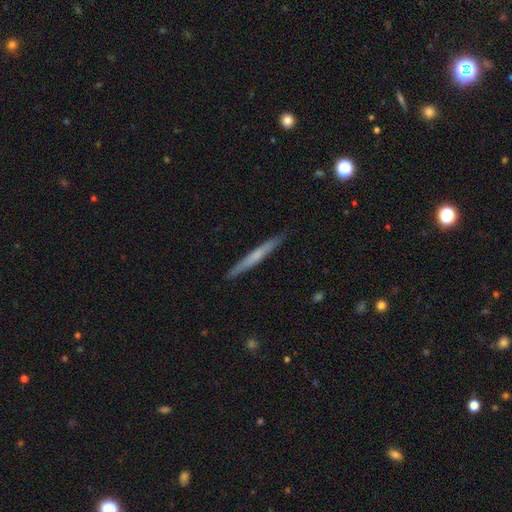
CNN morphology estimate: A featured or disk galaxy (47%, tied with smooth). Merging: none (90%).